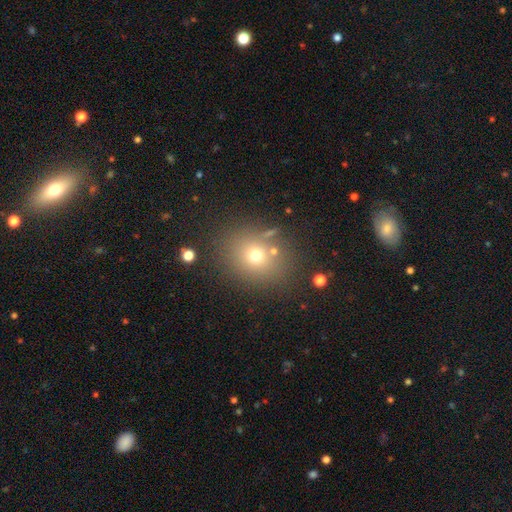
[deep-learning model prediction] smooth_or_featured: smooth (p=0.67) [alt: star or artifact p=0.20]
how_rounded: round (p=0.65) [alt: in between p=0.34]
merging: none (p=0.79) [alt: minor disturbance p=0.11]